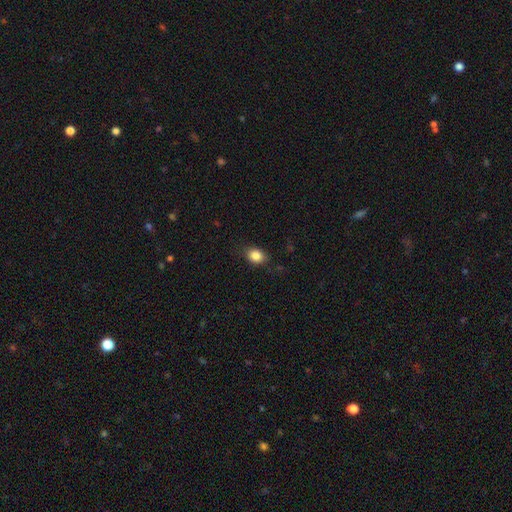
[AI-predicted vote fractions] Smooth or featured? Predicted: smooth (p=0.85). How rounded? Predicted: in between (p=0.63). Merging? Predicted: none (p=0.81).